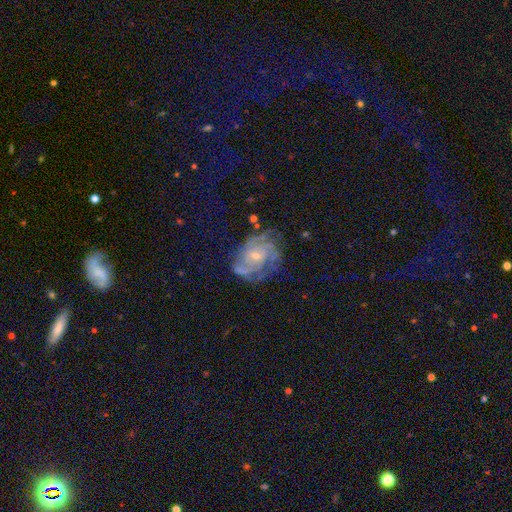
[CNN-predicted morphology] type=featured or disk (78%); edge-on=no (97%); bar=no (70%); spiral arms=yes (91%); winding=tight (56%); arm count=can't tell (37%); bulge=small (66%); merging=none (63%).